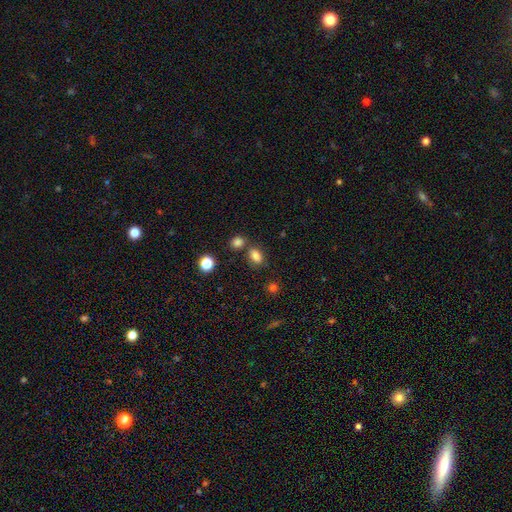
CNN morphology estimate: Smooth or featured: smooth — 82% (star or artifact — 12%)
How rounded: in between — 78% (round — 20%)
Merging: none — 68% (merger — 16%)